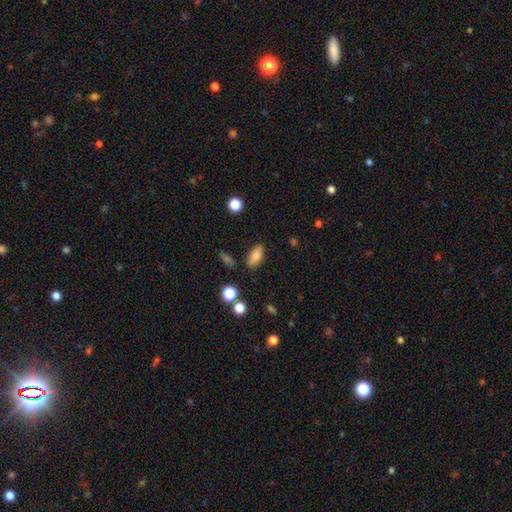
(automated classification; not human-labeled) This appears to be a smooth galaxy with no disk features (82%) that is in between round and cigar-shaped (85%). Merging: none (78%).